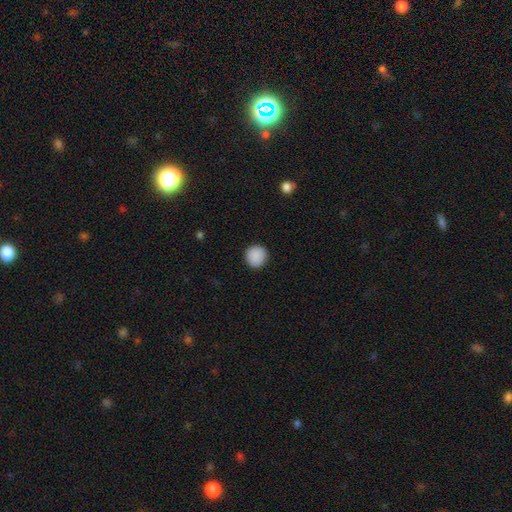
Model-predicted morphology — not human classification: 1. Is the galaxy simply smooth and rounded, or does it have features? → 90% smooth, 8% star or artifact, 2% featured or disk.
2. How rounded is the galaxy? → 94% round, 5% in between, 1% cigar-shaped.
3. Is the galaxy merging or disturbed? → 91% none, 6% minor disturbance, 2% major disturbance, 1% merger.